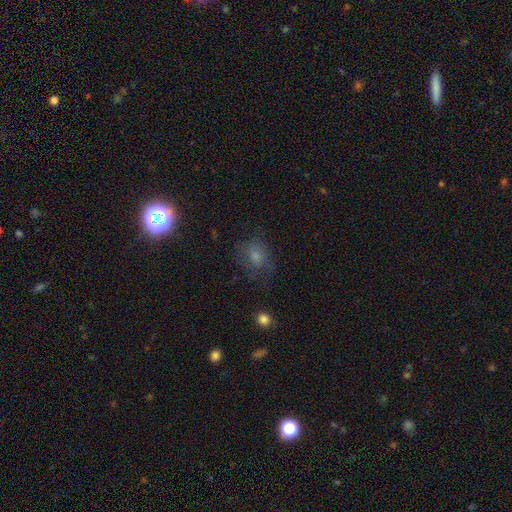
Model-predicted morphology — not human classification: A smooth galaxy with no disk features (52%) that is round (61%). Merging: none (67%).